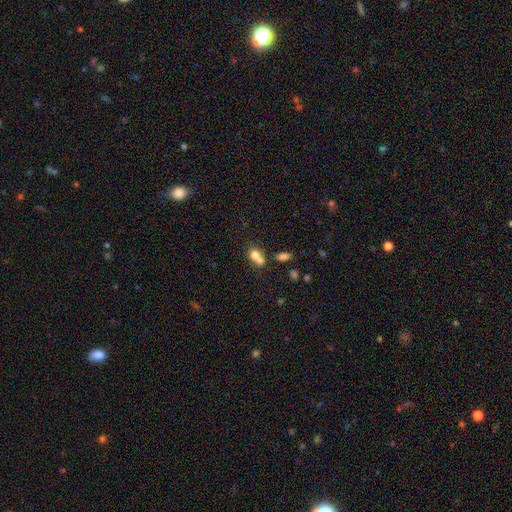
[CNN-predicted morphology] Q: Smooth or featured?
A: smooth (73%); runner-up: featured or disk (15%)
Q: How rounded?
A: round (57%); runner-up: in between (41%)
Q: Merging?
A: merger (63%); runner-up: none (26%)